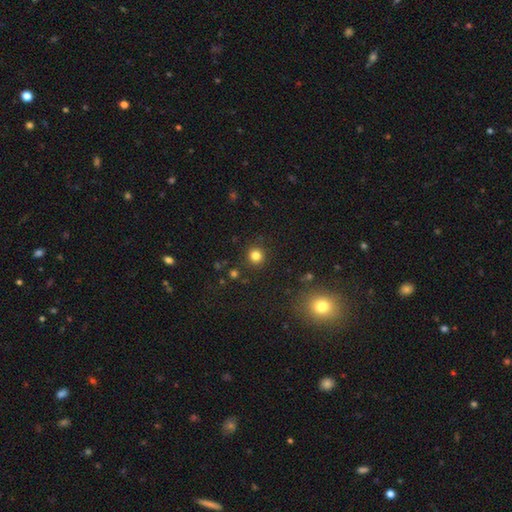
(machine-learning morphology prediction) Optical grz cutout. It shows a smooth galaxy with no disk features (81%) that is round (93%). Merging: none (90%).